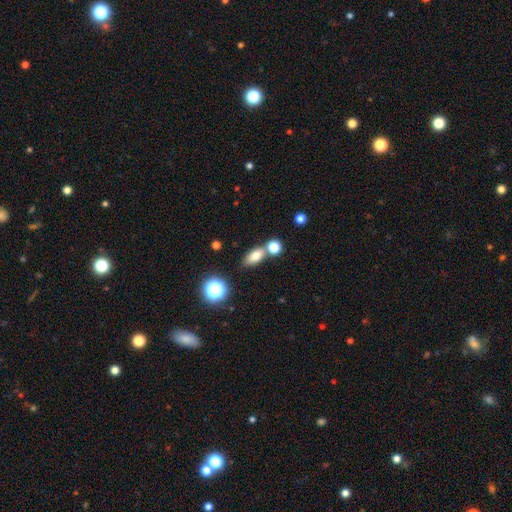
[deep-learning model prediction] Q: Smooth or featured?
A: smooth (76%); runner-up: featured or disk (12%)
Q: How rounded?
A: in between (78%); runner-up: round (13%)
Q: Merging?
A: none (64%); runner-up: merger (22%)